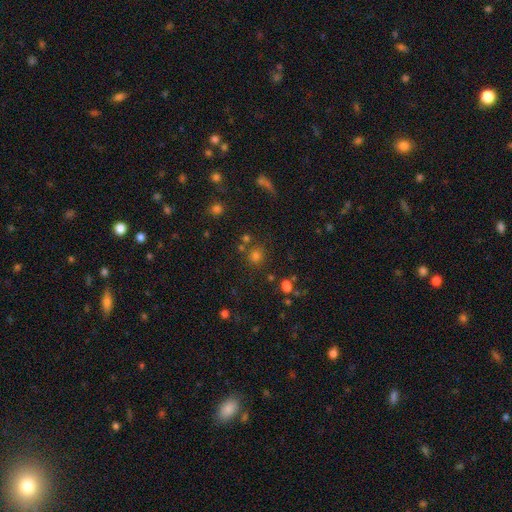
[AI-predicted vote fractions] Overall: smooth (69%). How rounded: round (87%). Merging: none (77%).